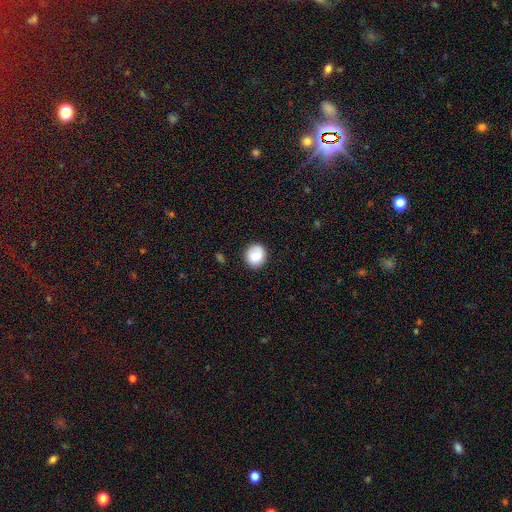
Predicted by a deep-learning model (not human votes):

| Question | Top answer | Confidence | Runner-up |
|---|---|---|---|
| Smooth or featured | smooth | 83% | featured or disk (8%) |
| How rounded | round | 79% | in between (20%) |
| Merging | none | 86% | minor disturbance (11%) |